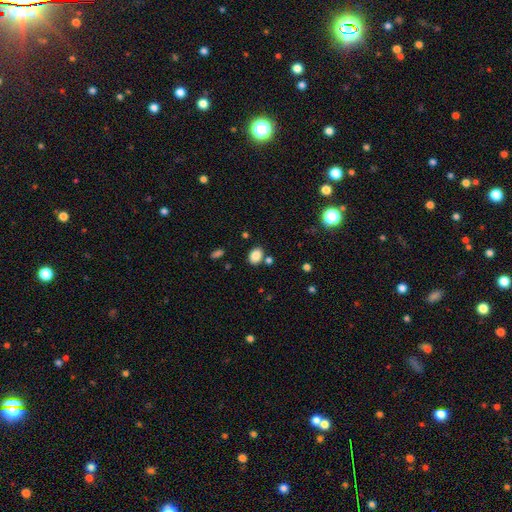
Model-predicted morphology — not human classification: Smooth or featured? smooth (85%)
How rounded? in between (65%)
Merging? none (77%)